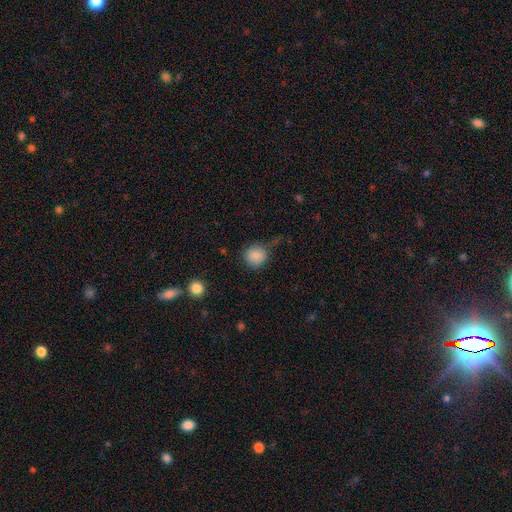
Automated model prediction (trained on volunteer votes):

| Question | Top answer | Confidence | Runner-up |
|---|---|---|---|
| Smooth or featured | smooth | 85% | star or artifact (9%) |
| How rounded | round | 87% | in between (12%) |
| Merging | none | 62% | minor disturbance (24%) |